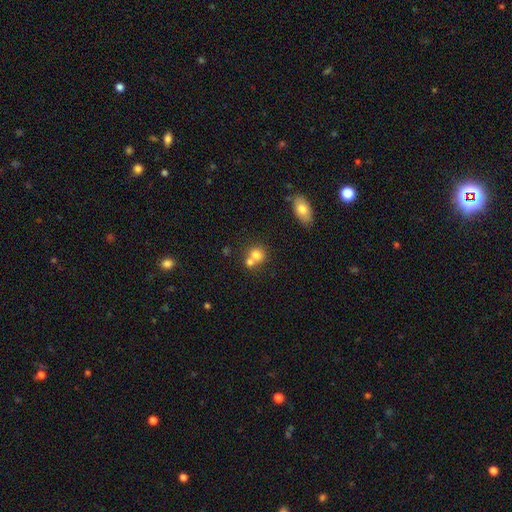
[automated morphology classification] smooth_or_featured: smooth (p=0.76) [alt: featured or disk p=0.13]
how_rounded: round (p=0.76) [alt: in between p=0.23]
merging: merger (p=0.51) [alt: none p=0.39]